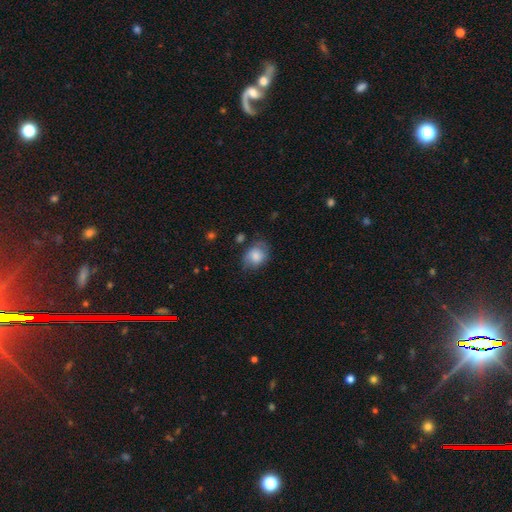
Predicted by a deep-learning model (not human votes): smooth-or-featured: smooth: 76% | featured or disk: 16% | star or artifact: 8%
  how-rounded: in between: 53% | round: 46% | cigar-shaped: 1%
  merging: none: 58% | minor disturbance: 29% | major disturbance: 10% | merger: 3%